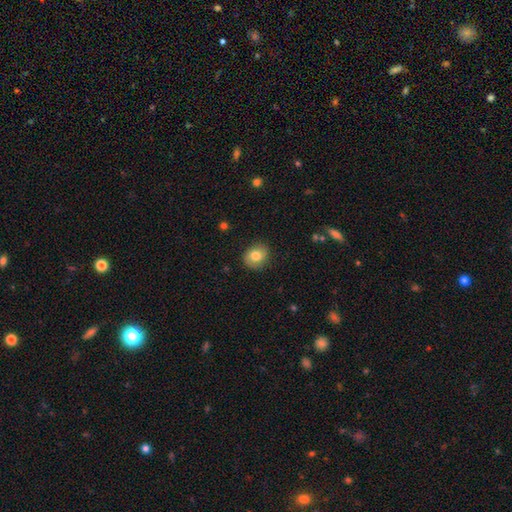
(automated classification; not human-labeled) A smooth galaxy with no disk features (77%) that is round (66%).

Vote fractions:
- Smooth or featured? smooth: 77% / featured or disk: 15% / star or artifact: 8%
- How rounded? round: 66% / in between: 33% / cigar-shaped: 1%
- Merging? none: 83% / minor disturbance: 13% / major disturbance: 3% / merger: 1%